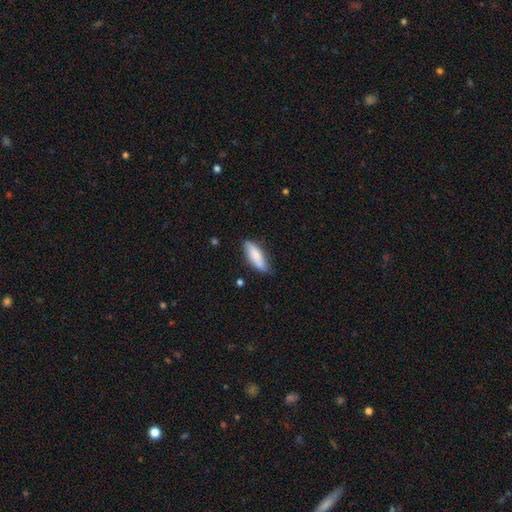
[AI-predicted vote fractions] smooth-or-featured: smooth: 79% | featured or disk: 15% | star or artifact: 6%
  how-rounded: in between: 54% | cigar-shaped: 45% | round: 2%
  merging: none: 75% | minor disturbance: 20% | major disturbance: 3% | merger: 2%